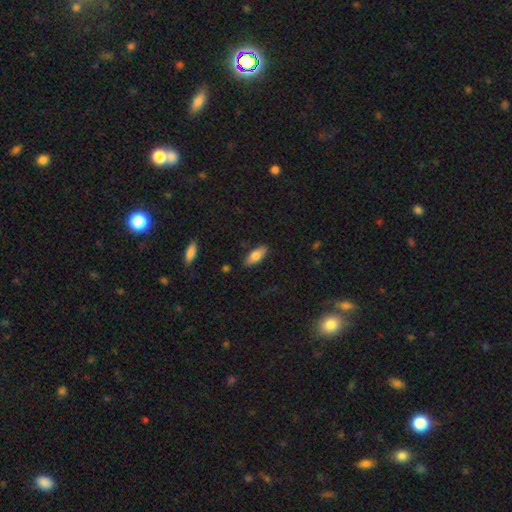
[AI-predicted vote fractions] smooth-or-featured: smooth: 76% | featured or disk: 17% | star or artifact: 7%
  how-rounded: in between: 79% | cigar-shaped: 19% | round: 2%
  merging: none: 85% | minor disturbance: 11% | major disturbance: 2% | merger: 2%